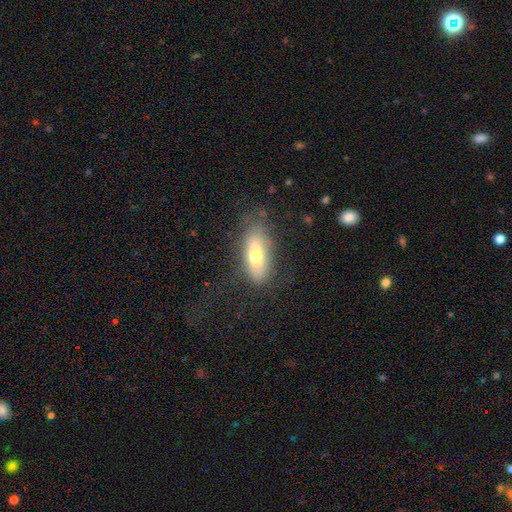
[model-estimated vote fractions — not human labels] Smooth or featured? Predicted: smooth (p=0.66). How rounded? Predicted: in between (p=0.75). Merging? Predicted: none (p=0.68).